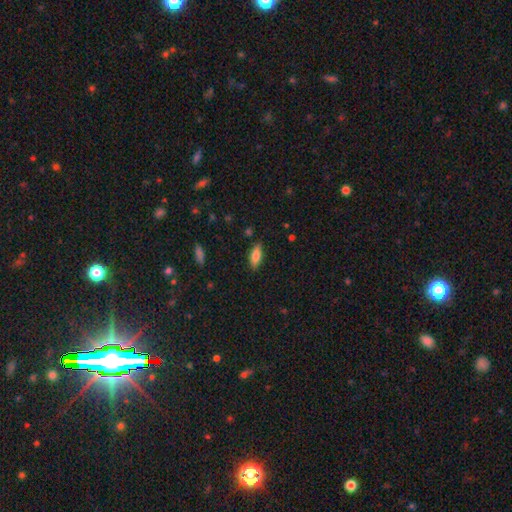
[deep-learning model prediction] A smooth galaxy with no disk features (78%) that is in between round and cigar-shaped (70%).

Vote fractions:
- Smooth or featured? smooth: 78% / featured or disk: 15% / star or artifact: 7%
- How rounded? in between: 70% / cigar-shaped: 27% / round: 2%
- Merging? none: 84% / minor disturbance: 12% / major disturbance: 3% / merger: 1%